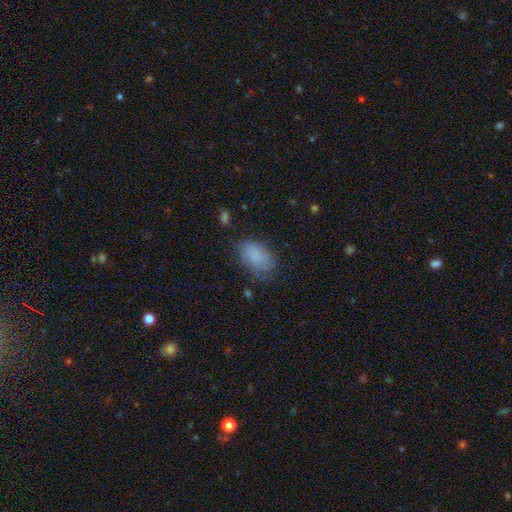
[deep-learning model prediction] This appears to be a smooth galaxy with no disk features (79%) that is in between round and cigar-shaped (91%). Merging: none (65%).